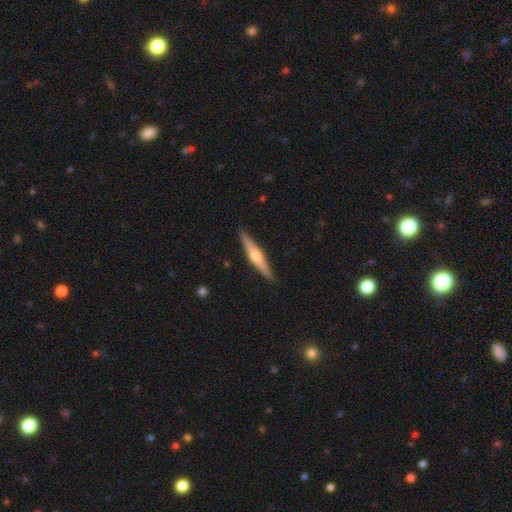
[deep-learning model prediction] Smooth or featured? Predicted: featured or disk (p=0.67). Edge-on disk? Predicted: yes (p=0.97). Edge-on bulge? Predicted: rounded (p=0.90). Merging? Predicted: none (p=0.91).